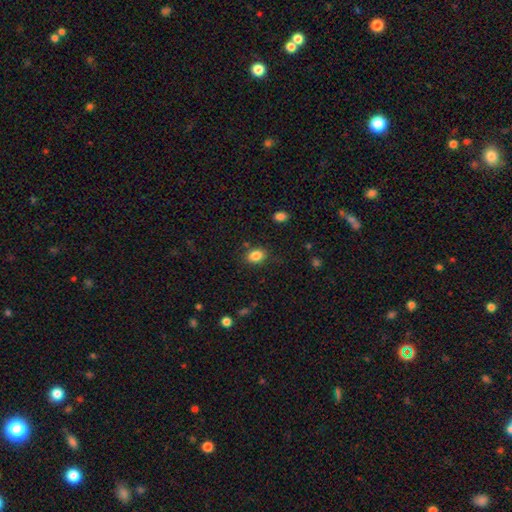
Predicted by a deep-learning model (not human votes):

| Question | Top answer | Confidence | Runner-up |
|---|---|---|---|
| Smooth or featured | smooth | 85% | star or artifact (10%) |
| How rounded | in between | 72% | round (27%) |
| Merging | none | 81% | minor disturbance (12%) |